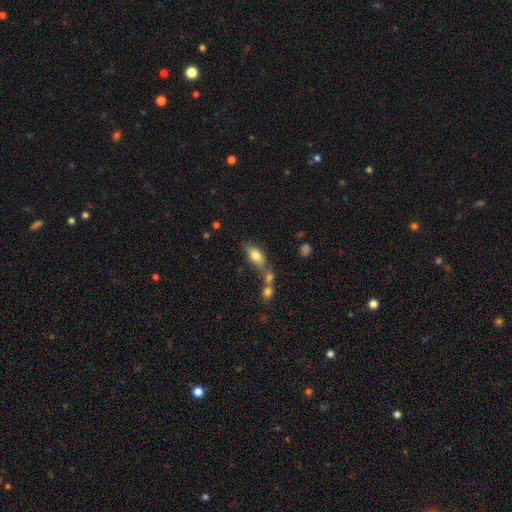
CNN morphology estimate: smooth 74%, featured or disk 17%, star or artifact 9%. Down the decision tree: how rounded — in between (81%); merging — merger (40%).